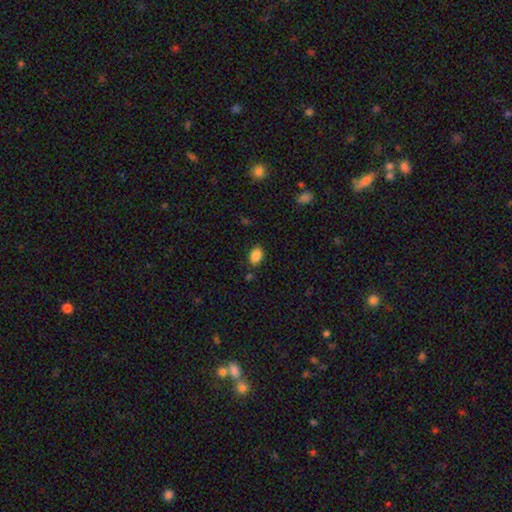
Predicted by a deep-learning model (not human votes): smooth 87%, star or artifact 9%, featured or disk 4%. Down the decision tree: how rounded — in between (82%); merging — none (81%).